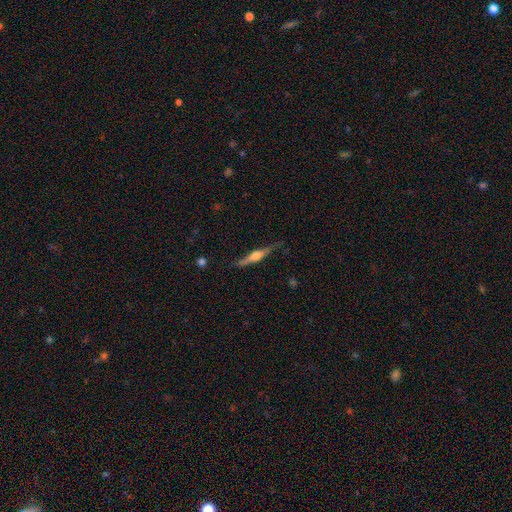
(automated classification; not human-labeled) The model was most divided on "smooth or featured": featured or disk: 73%, smooth: 21%, star or artifact: 6%. More confident: edge-on disk — yes (97%); edge-on bulge — rounded (88%); merging — none (80%).